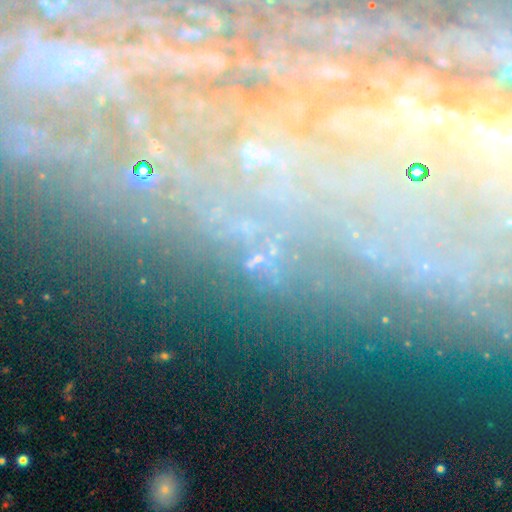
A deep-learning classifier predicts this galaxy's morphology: smooth-or-featured: star or artifact: 44% | featured or disk: 38% | smooth: 18%